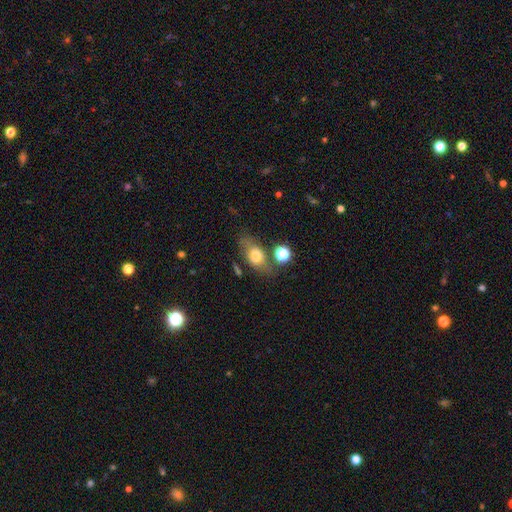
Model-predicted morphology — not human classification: Overall: smooth (68%). How rounded: in between (77%). Merging: none (62%).